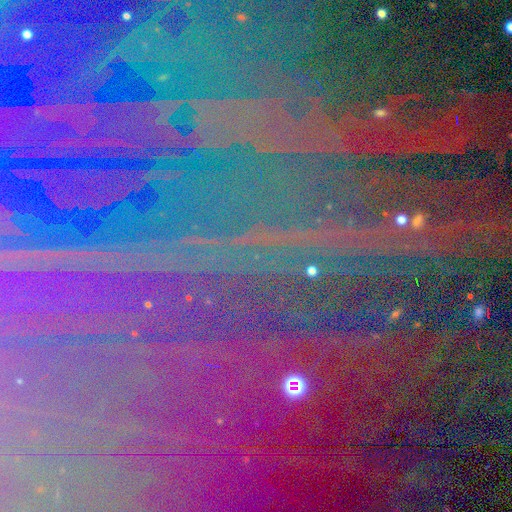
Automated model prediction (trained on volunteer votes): Smooth or featured?
  - star or artifact: 90% *
  - featured or disk: 6%
  - smooth: 5%